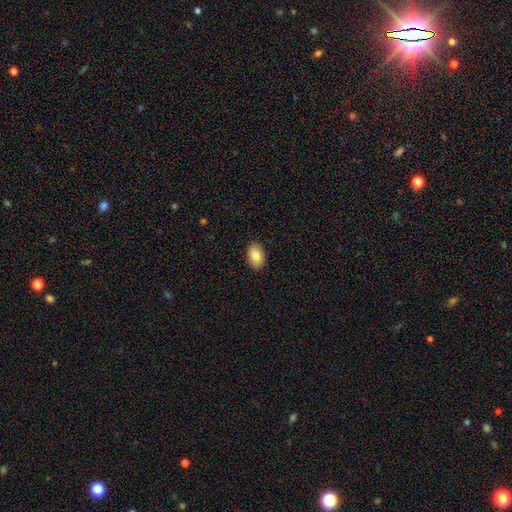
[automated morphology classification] Overall: smooth (83%). How rounded: in between (91%). Merging: none (90%).